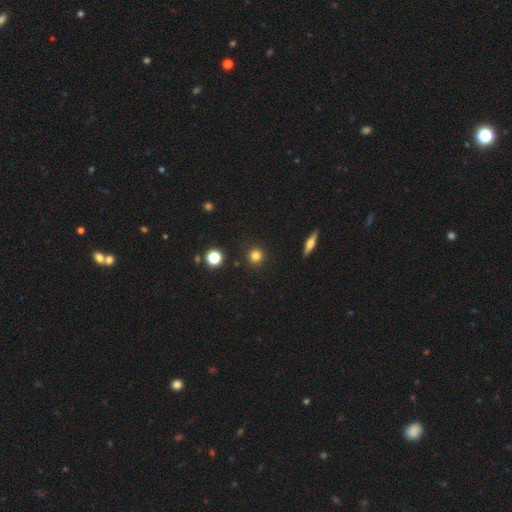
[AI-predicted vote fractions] This appears to be a smooth galaxy with no disk features (80%) that is round (94%). Merging: none (91%).